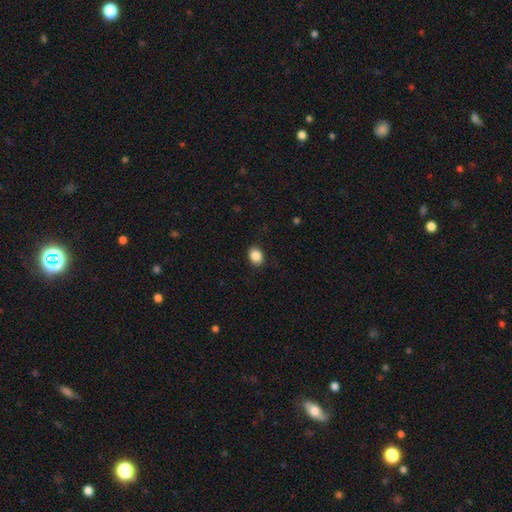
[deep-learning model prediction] Smooth or featured? Predicted: smooth (p=0.87). How rounded? Predicted: in between (p=0.59). Merging? Predicted: none (p=0.88).